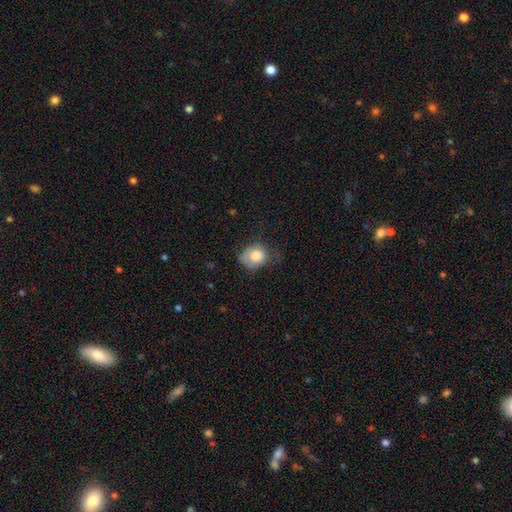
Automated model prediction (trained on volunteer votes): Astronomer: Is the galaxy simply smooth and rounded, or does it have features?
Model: smooth — 77%.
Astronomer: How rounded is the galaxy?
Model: round — 61% (runner-up: in between, 38%).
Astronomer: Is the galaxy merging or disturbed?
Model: none — 42% (runner-up: minor disturbance, 39%).